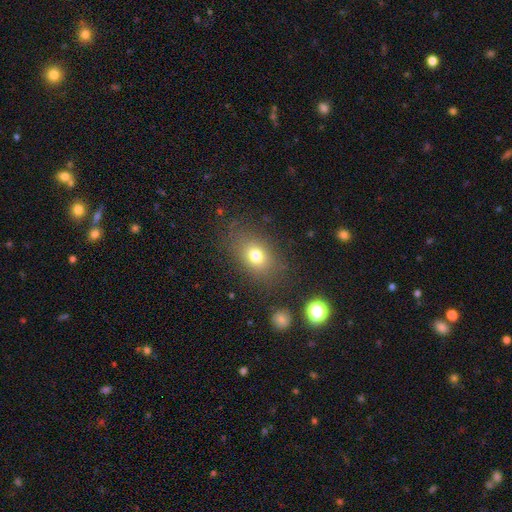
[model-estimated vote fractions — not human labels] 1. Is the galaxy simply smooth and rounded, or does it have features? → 74% smooth, 14% star or artifact, 12% featured or disk.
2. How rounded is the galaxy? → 67% in between, 31% round, 2% cigar-shaped.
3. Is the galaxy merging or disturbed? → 78% none, 13% minor disturbance, 7% major disturbance, 2% merger.